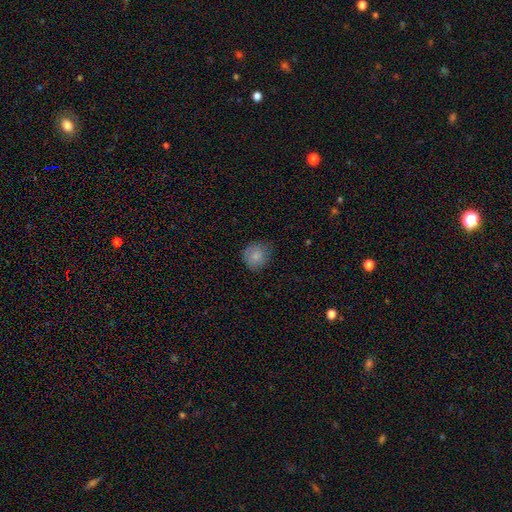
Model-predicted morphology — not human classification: smooth 83%, featured or disk 9%, star or artifact 8%. Down the decision tree: how rounded — round (86%); merging — none (70%).